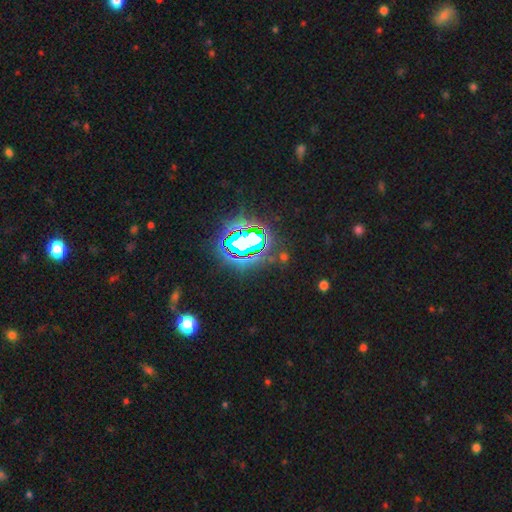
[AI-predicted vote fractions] smooth-or-featured: star or artifact: 84% | smooth: 10% | featured or disk: 6%